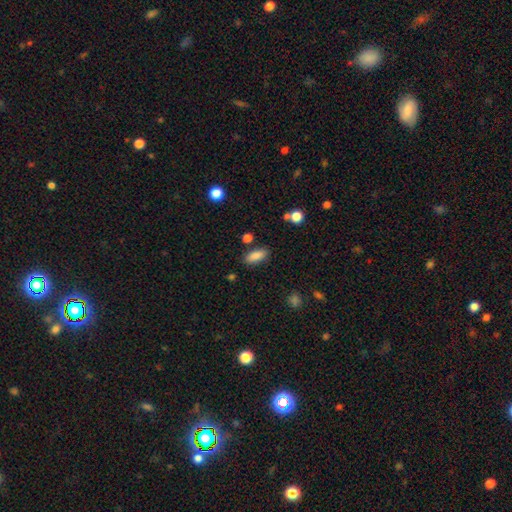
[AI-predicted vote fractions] Smooth or featured: smooth — 87% (star or artifact — 8%)
How rounded: in between — 81% (cigar-shaped — 16%)
Merging: none — 84% (minor disturbance — 10%)